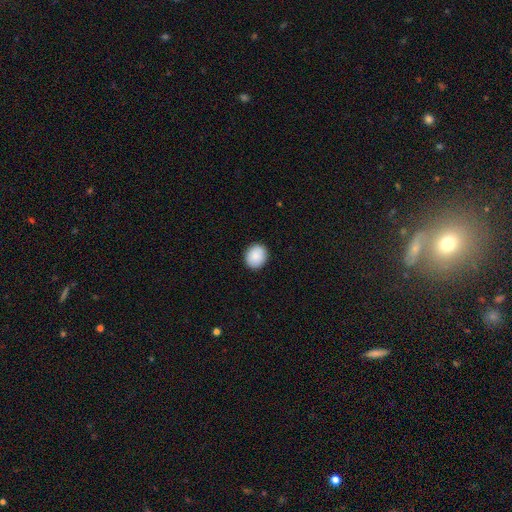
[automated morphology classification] Q: Smooth or featured?
A: smooth (88%); runner-up: star or artifact (7%)
Q: How rounded?
A: round (66%); runner-up: in between (33%)
Q: Merging?
A: none (90%); runner-up: minor disturbance (7%)